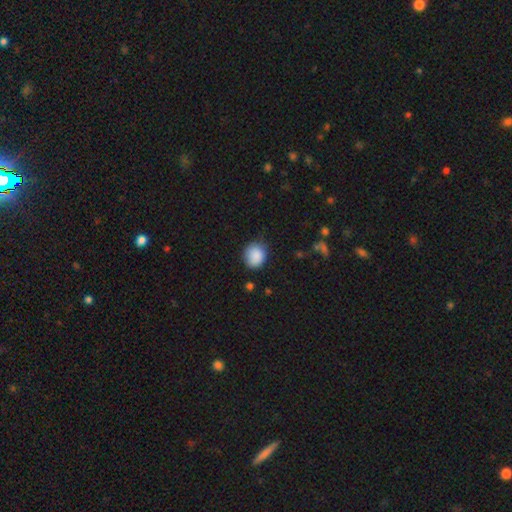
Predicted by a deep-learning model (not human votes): This appears to be a smooth galaxy with no disk features (88%) that is round (71%). Merging: none (76%).